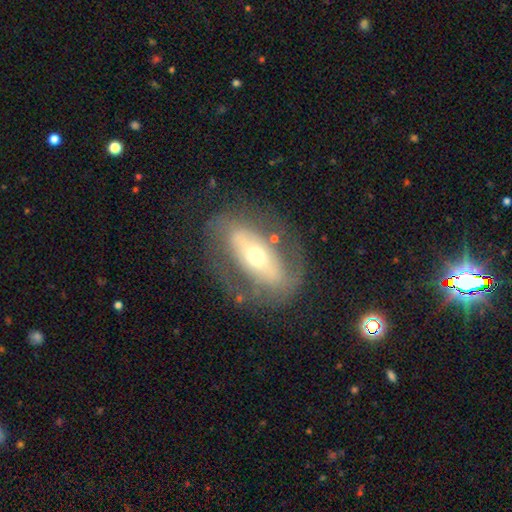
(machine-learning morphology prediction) Q: Smooth or featured?
A: featured or disk (68%); runner-up: smooth (25%)
Q: Edge-on disk?
A: no (84%); runner-up: yes (16%)
Q: Bar?
A: strong (46%); runner-up: no (34%)
Q: Spiral arms?
A: no (55%); runner-up: yes (45%)
Q: Bulge size?
A: moderate (62%); runner-up: small (28%)
Q: Merging?
A: none (70%); runner-up: minor disturbance (16%)